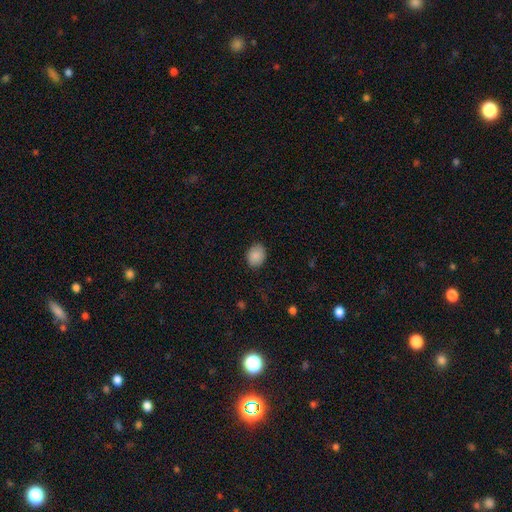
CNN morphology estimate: This is clearly a smooth galaxy (88%). How rounded: possibly in between (53%). Merging: clearly none (85%).